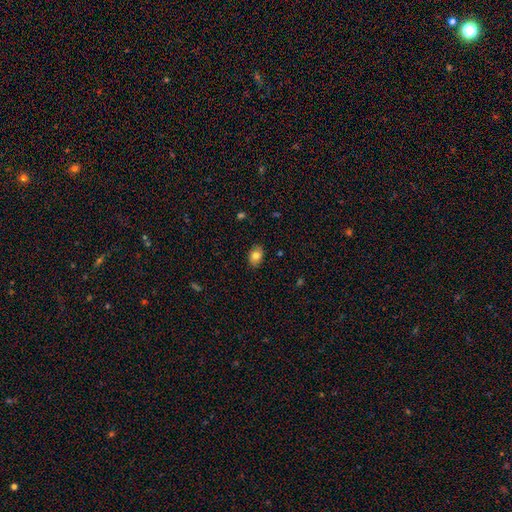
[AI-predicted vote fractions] smooth_or_featured: smooth (p=0.83) [alt: featured or disk p=0.09]
how_rounded: in between (p=0.79) [alt: round p=0.20]
merging: none (p=0.85) [alt: minor disturbance p=0.11]